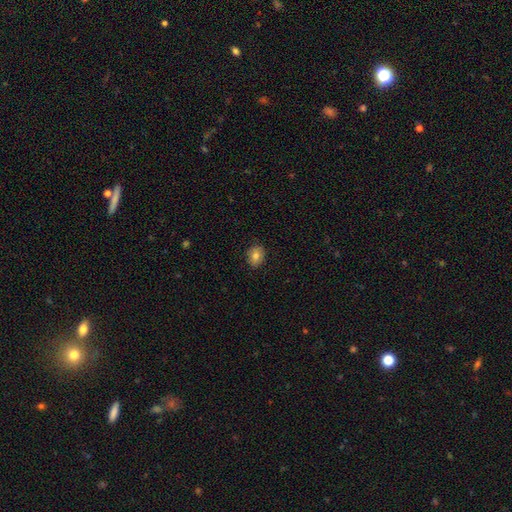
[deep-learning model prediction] smooth 81%, featured or disk 10%, star or artifact 9%. Down the decision tree: how rounded — round (50%); merging — none (87%).